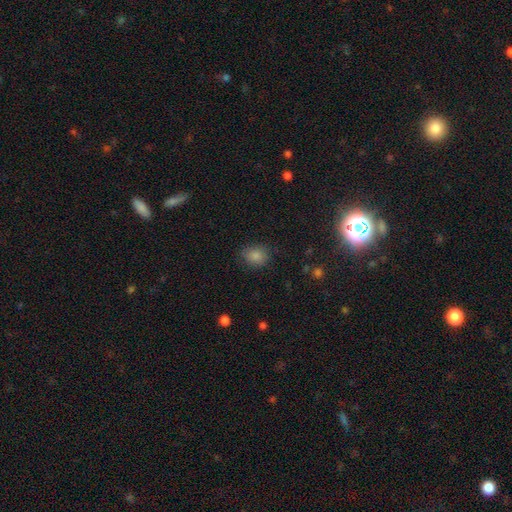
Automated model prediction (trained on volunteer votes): This appears to be a smooth galaxy with no disk features (84%) that is round (56%). Merging: none (81%).